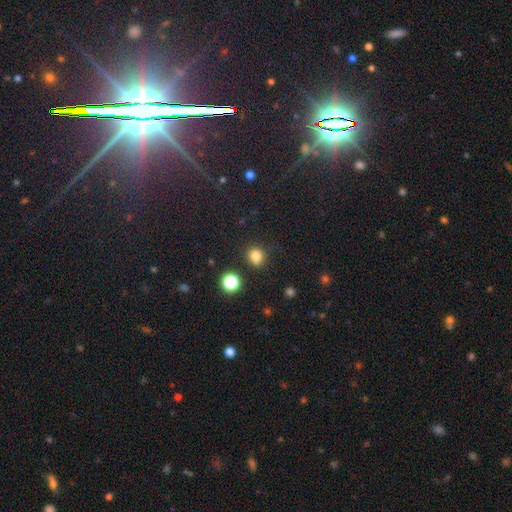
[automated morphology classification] Overall: smooth (79%). How rounded: round (82%). Merging: none (80%).